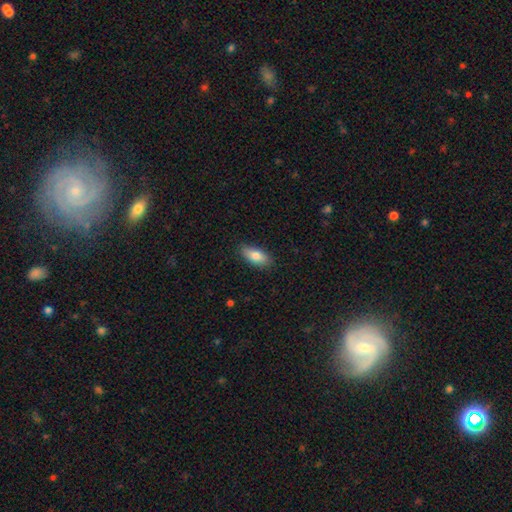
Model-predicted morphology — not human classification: type=smooth (81%); roundness=in between (84%); merging=none (86%).